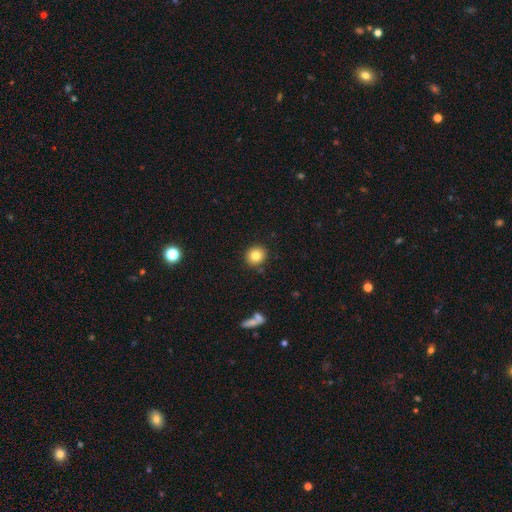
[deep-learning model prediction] Smooth or featured: smooth — 81% (star or artifact — 11%)
How rounded: round — 88% (in between — 11%)
Merging: none — 89% (minor disturbance — 7%)